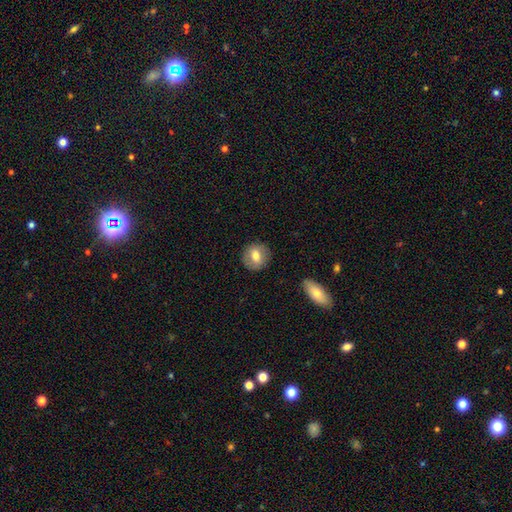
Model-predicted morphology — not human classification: The model was most divided on "smooth or featured": smooth: 70%, featured or disk: 23%, star or artifact: 7%. More confident: merging — none (87%); how rounded — round (84%).